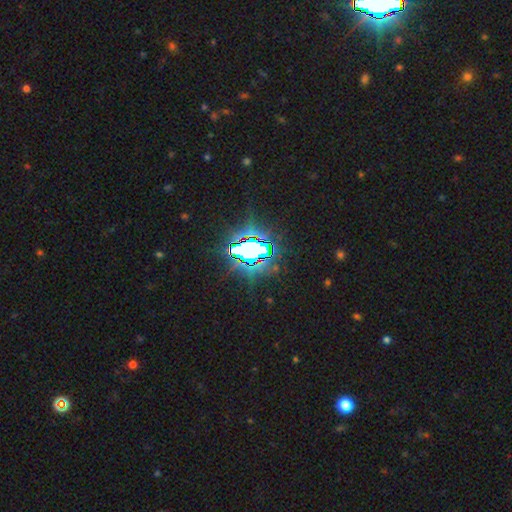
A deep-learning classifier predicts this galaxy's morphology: Smooth or featured? Predicted: star or artifact (p=0.76).